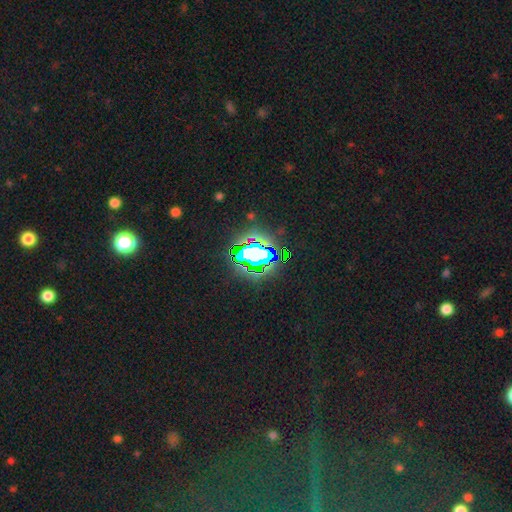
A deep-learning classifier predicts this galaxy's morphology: smooth_or_featured: star or artifact (p=0.72) [alt: smooth p=0.17]